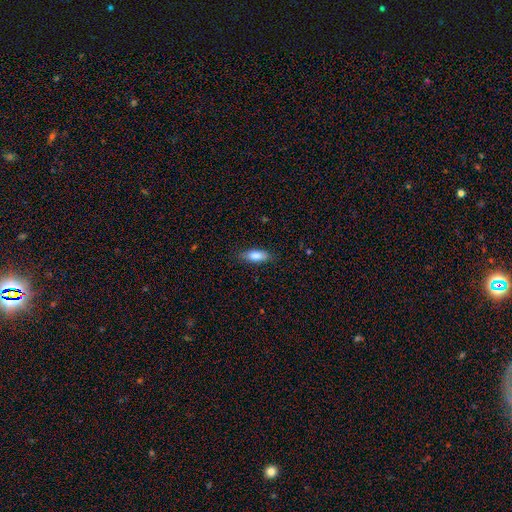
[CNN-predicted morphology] Smooth or featured? Predicted: smooth (p=0.84). How rounded? Predicted: in between (p=0.75). Merging? Predicted: none (p=0.83).